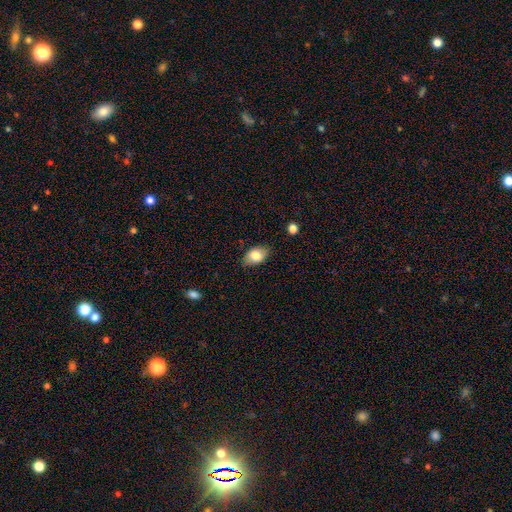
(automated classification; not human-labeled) smooth-or-featured: smooth: 79% | featured or disk: 14% | star or artifact: 8%
  how-rounded: in between: 87% | round: 12% | cigar-shaped: 2%
  merging: none: 81% | minor disturbance: 15% | major disturbance: 3% | merger: 1%